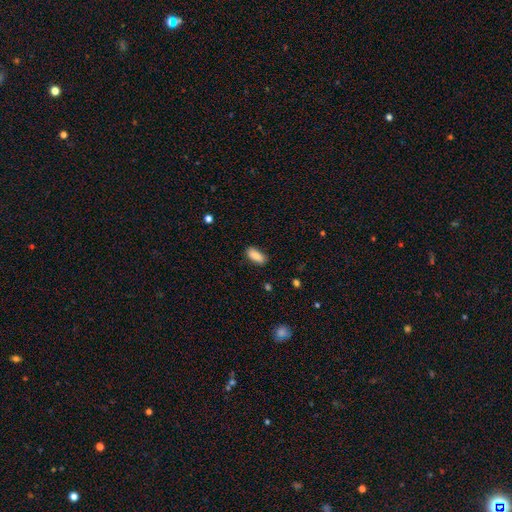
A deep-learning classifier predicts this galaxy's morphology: smooth 86%, featured or disk 7%, star or artifact 7%. Down the decision tree: how rounded — in between (88%); merging — none (84%).